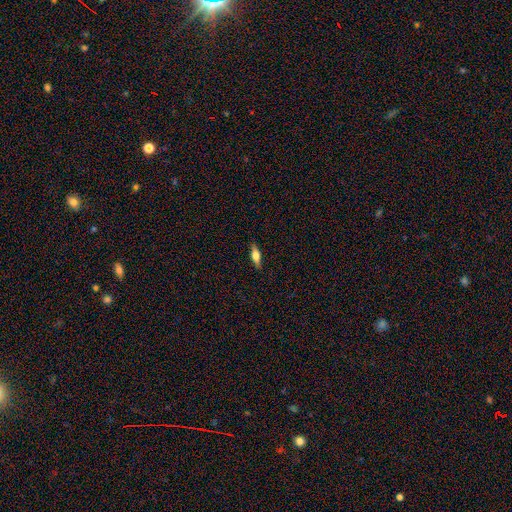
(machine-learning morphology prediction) This is possibly a smooth galaxy (57%). How rounded: possibly in between (56%). Merging: clearly none (87%).